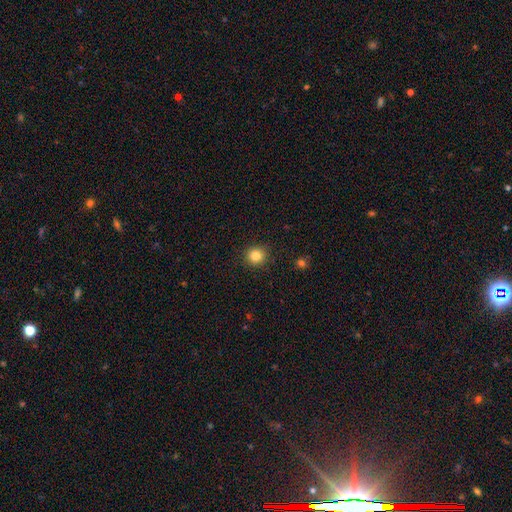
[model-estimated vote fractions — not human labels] Smooth or featured? Predicted: smooth (p=0.84). How rounded? Predicted: round (p=0.92). Merging? Predicted: none (p=0.91).